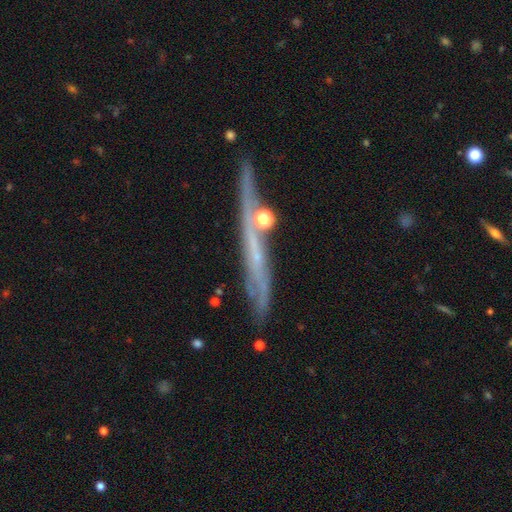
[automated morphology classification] Overall: featured or disk (70%). Edge-on disk: yes (88%). Edge-on bulge: none (60%; rounded 35%). Merging: none (73%).